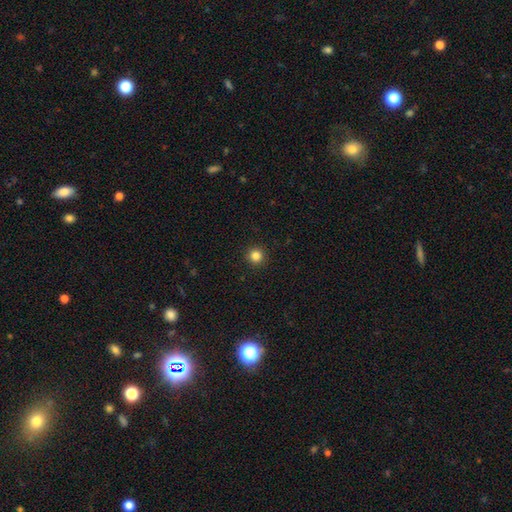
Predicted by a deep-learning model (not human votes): A smooth galaxy with no disk features (84%) that is round (95%). Merging: none (93%).